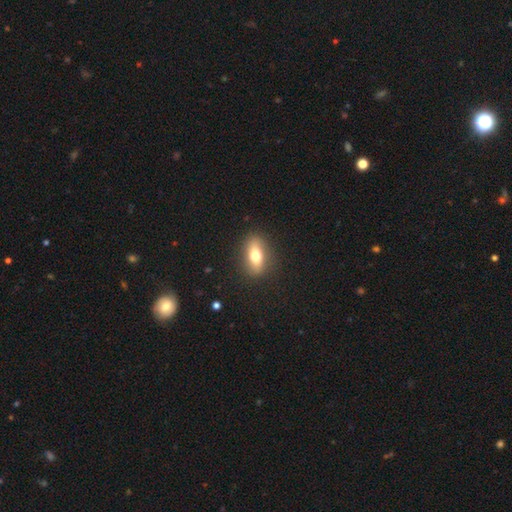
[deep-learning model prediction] smooth-or-featured: smooth: 63% | featured or disk: 29% | star or artifact: 8%
  how-rounded: in between: 73% | cigar-shaped: 16% | round: 11%
  merging: none: 87% | minor disturbance: 9% | major disturbance: 3% | merger: 1%